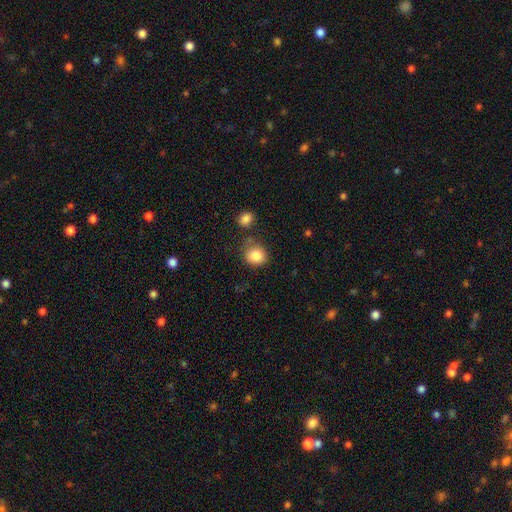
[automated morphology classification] A smooth galaxy with no disk features (86%) that is round (78%).

Vote fractions:
- Smooth or featured? smooth: 86% / star or artifact: 9% / featured or disk: 5%
- How rounded? round: 78% / in between: 21% / cigar-shaped: 1%
- Merging? none: 68% / minor disturbance: 18% / merger: 8% / major disturbance: 6%